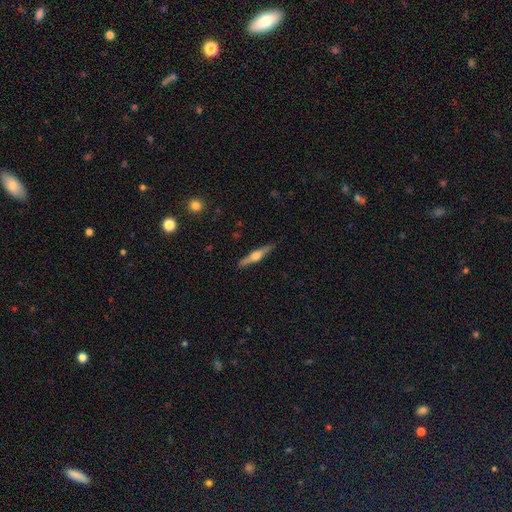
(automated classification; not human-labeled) This appears to be a featured or disk galaxy (68%) viewed edge-on (97%) with a rounded central bulge (92%). Merging: none (89%).